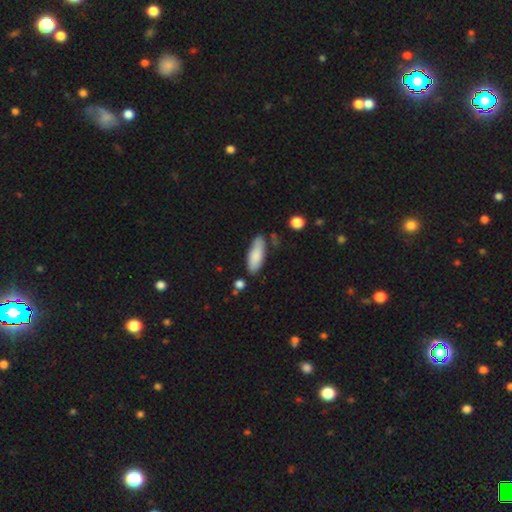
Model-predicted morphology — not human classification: Q: Smooth or featured?
A: smooth (84%); runner-up: featured or disk (10%)
Q: How rounded?
A: in between (65%); runner-up: cigar-shaped (33%)
Q: Merging?
A: none (76%); runner-up: minor disturbance (16%)